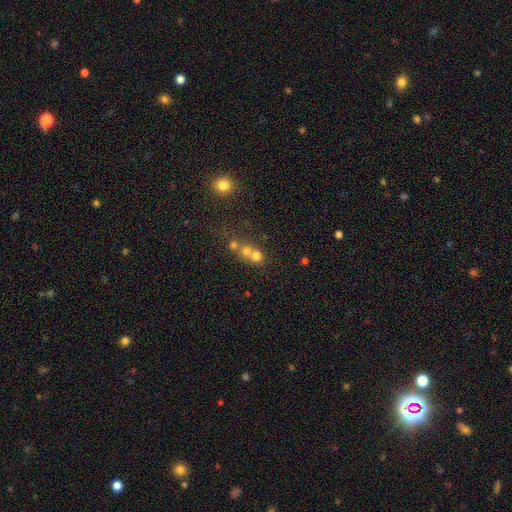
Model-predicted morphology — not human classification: Smooth or featured: smooth — 66% (featured or disk — 17%)
How rounded: round — 81% (in between — 18%)
Merging: merger — 59% (none — 32%)